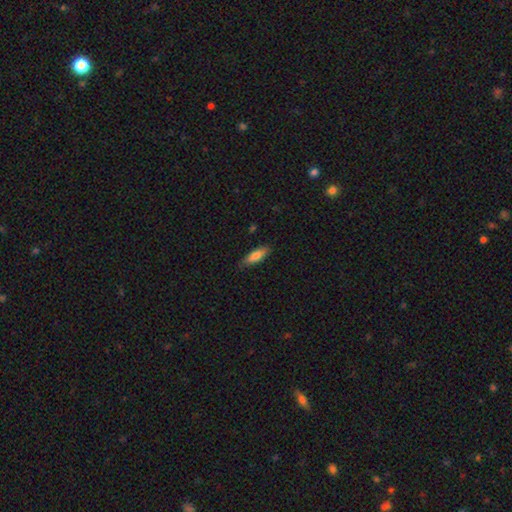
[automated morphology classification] This appears to be a smooth galaxy with no disk features (79%) that is in between round and cigar-shaped (58%). Merging: none (81%).